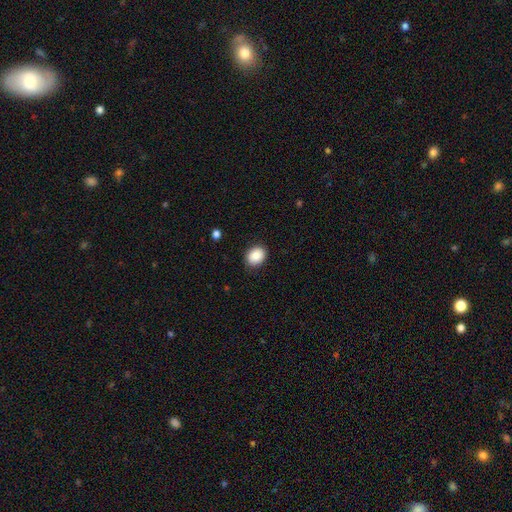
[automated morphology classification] A smooth galaxy with no disk features (86%) that is in between round and cigar-shaped (59%).

Vote fractions:
- Smooth or featured? smooth: 86% / star or artifact: 8% / featured or disk: 6%
- How rounded? in between: 59% / round: 40% / cigar-shaped: 1%
- Merging? none: 87% / minor disturbance: 9% / major disturbance: 2% / merger: 1%